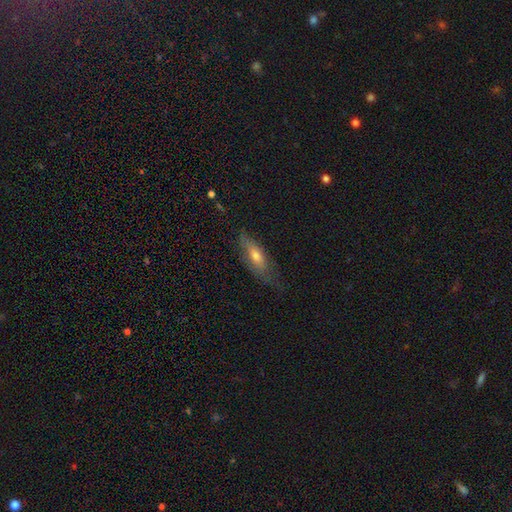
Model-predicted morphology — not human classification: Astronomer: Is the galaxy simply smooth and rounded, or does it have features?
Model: smooth — 55% (runner-up: featured or disk, 37%).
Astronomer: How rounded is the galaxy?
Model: in between — 54% (runner-up: cigar-shaped, 43%).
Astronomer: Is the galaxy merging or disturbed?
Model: none — 59%.